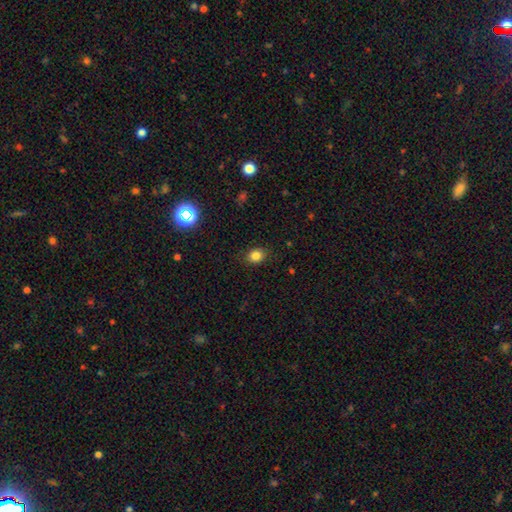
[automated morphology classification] Smooth or featured: smooth — 82% (star or artifact — 12%)
How rounded: round — 53% (in between — 46%)
Merging: none — 87% (minor disturbance — 10%)